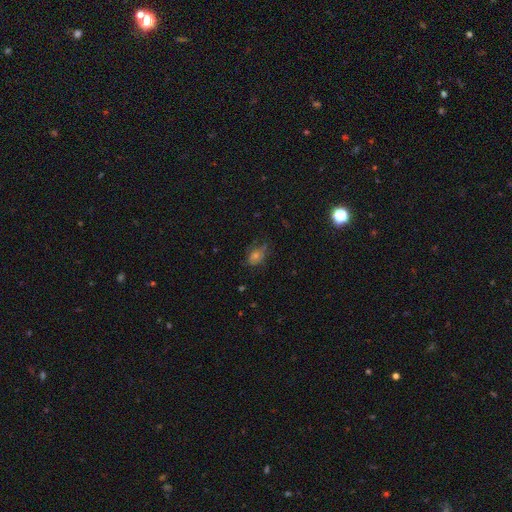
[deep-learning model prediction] Overall: smooth (50%; star or artifact 26%). Merging: none (61%; minor disturbance 25%).